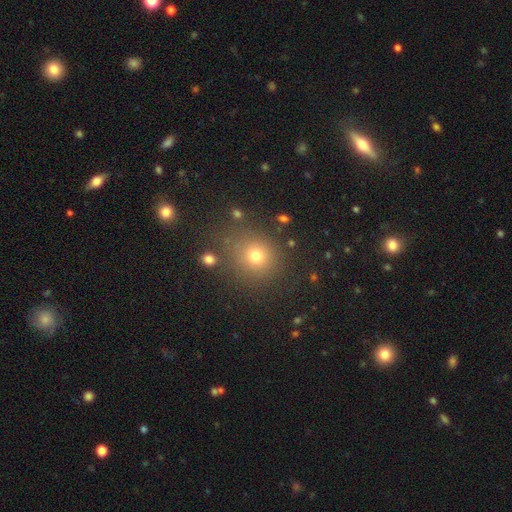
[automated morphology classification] This appears to be a smooth galaxy with no disk features (71%) that is round (87%). Merging: none (82%).